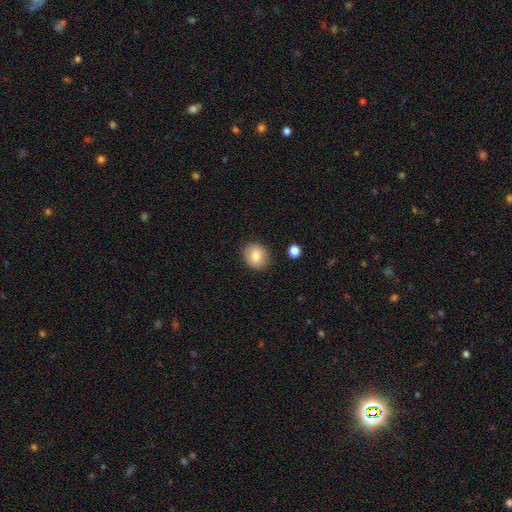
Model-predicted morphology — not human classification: A smooth galaxy with no disk features (79%) that is round (69%). Merging: none (85%).